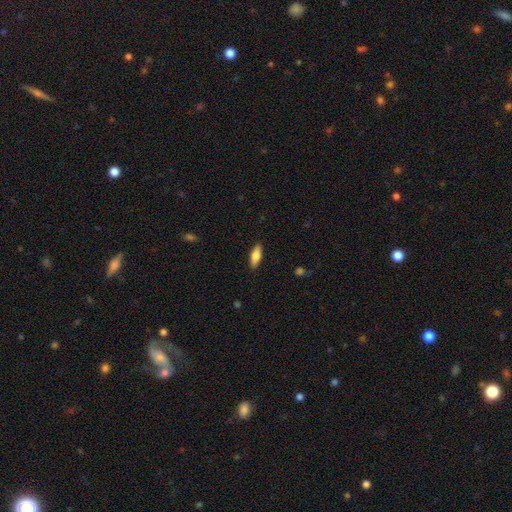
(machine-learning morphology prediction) Smooth or featured?
  - smooth: 71% *
  - featured or disk: 22%
  - star or artifact: 6%
How rounded?
  - in between: 65% *
  - cigar-shaped: 33%
  - round: 2%
Merging?
  - none: 88% *
  - minor disturbance: 9%
  - major disturbance: 2%
  - merger: 1%